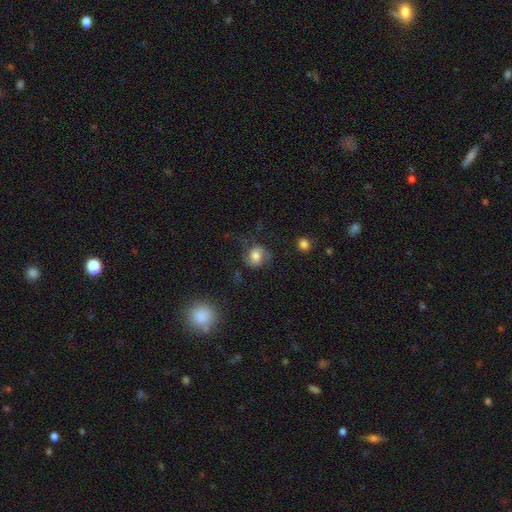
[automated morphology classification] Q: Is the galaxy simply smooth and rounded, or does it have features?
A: smooth — 53%.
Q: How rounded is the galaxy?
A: round — 62%.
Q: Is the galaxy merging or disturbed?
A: none — 54%.